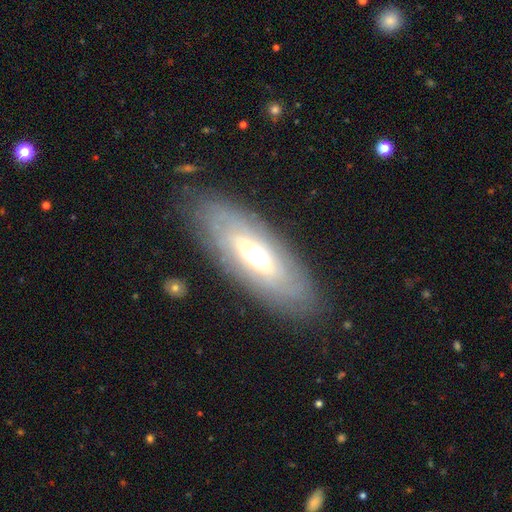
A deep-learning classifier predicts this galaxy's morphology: A featured or disk galaxy (59%).

Vote fractions:
- Smooth or featured? featured or disk: 59% / smooth: 34% / star or artifact: 7%
- Edge-on disk? no: 74% / yes: 26%
- Merging? none: 81% / minor disturbance: 13% / major disturbance: 4% / merger: 1%